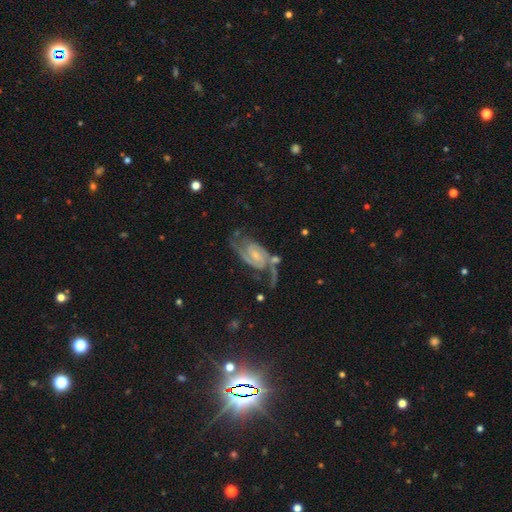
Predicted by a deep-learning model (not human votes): Smooth or featured: featured or disk — 89% (star or artifact — 6%)
Edge-on disk: no — 97% (yes — 3%)
Bar: weak — 47% (no — 38%)
Spiral arms: yes — 98% (no — 2%)
Spiral winding: medium — 50% (tight — 33%)
Spiral arm count: 2 — 88% (3 — 4%)
Bulge size: small — 59% (moderate — 29%)
Merging: none — 56% (minor disturbance — 19%)